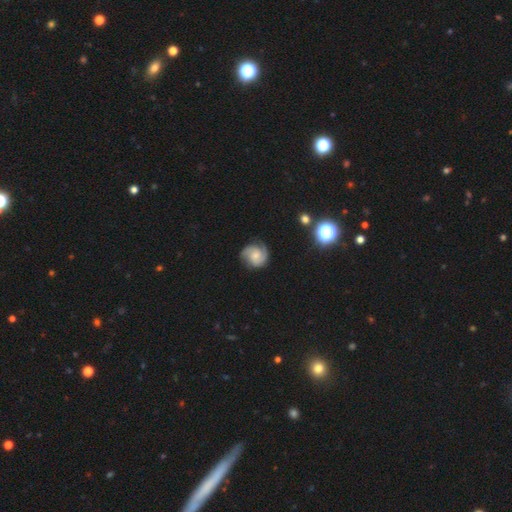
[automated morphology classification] This is likely a featured or disk galaxy (78%). It is clearly not viewed edge-on (98%). Bar: likely no (62%). Spiral arm pattern: clearly yes (97%). Spiral arm count: likely 2 (70%). Spiral winding: possibly tight (48%). Central bulge: marginally small (44%). Merging: likely none (78%).